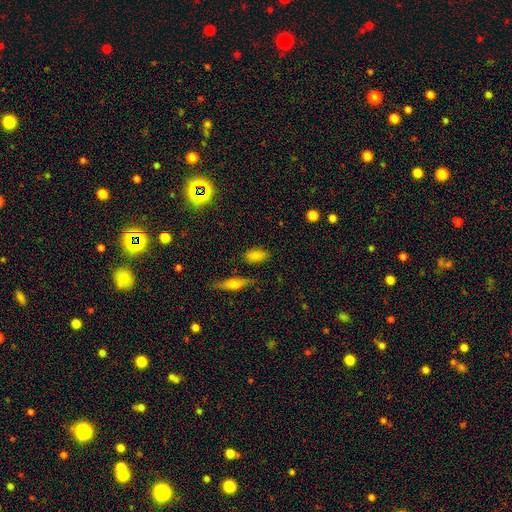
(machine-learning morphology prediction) This appears to be a smooth galaxy with no disk features (78%) that is in between round and cigar-shaped (89%). Merging: none (80%).